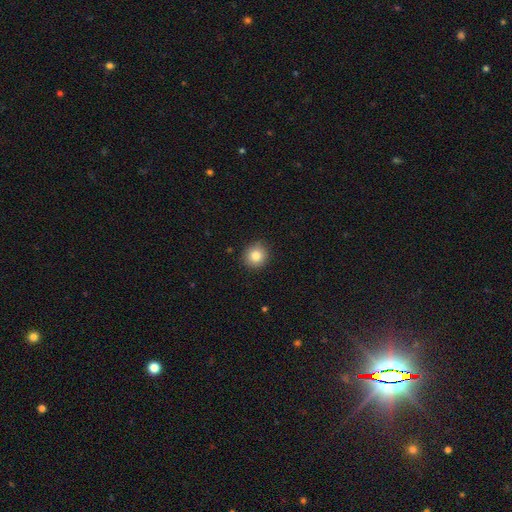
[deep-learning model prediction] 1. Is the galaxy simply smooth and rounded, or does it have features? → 84% smooth, 10% star or artifact, 6% featured or disk.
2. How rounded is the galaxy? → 88% round, 11% in between, 1% cigar-shaped.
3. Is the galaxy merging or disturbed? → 89% none, 8% minor disturbance, 2% major disturbance, 1% merger.